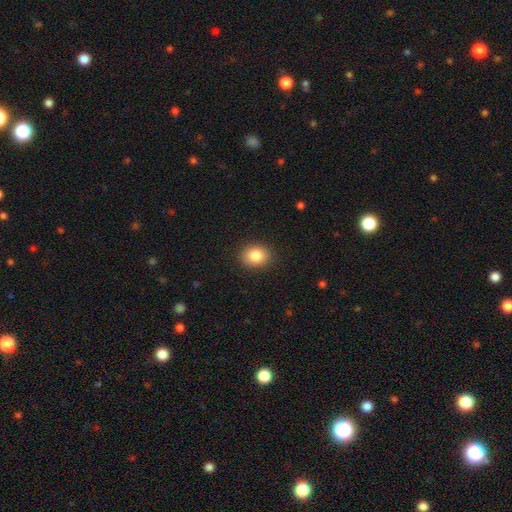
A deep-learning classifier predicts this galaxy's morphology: Smooth or featured? smooth (84%)
How rounded? round (60%)
Merging? none (90%)